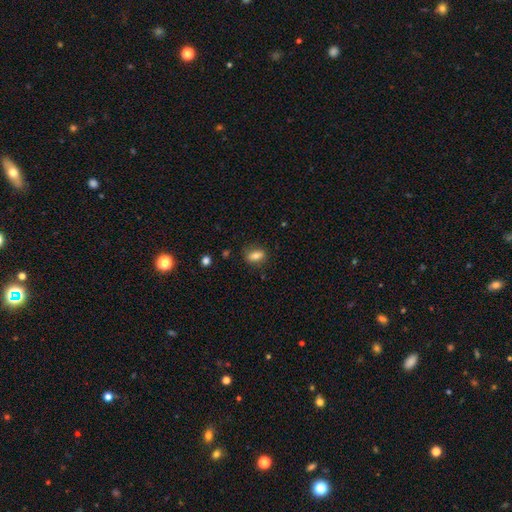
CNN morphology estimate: A smooth galaxy with no disk features (76%) that is in between round and cigar-shaped (76%).

Vote fractions:
- Smooth or featured? smooth: 76% / featured or disk: 15% / star or artifact: 9%
- How rounded? in between: 76% / round: 16% / cigar-shaped: 8%
- Merging? none: 81% / minor disturbance: 14% / major disturbance: 3% / merger: 2%